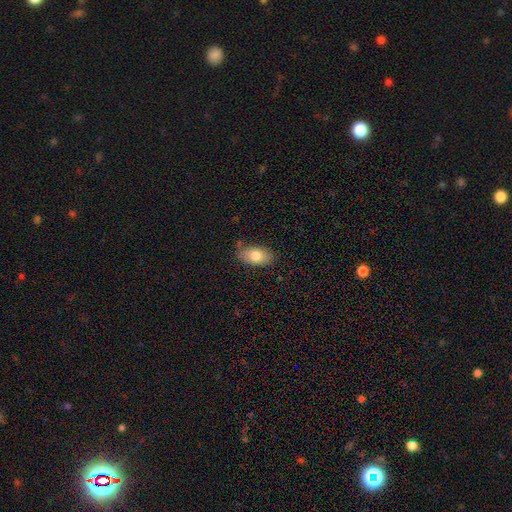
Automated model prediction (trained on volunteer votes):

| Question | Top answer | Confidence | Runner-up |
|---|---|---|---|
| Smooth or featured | smooth | 80% | featured or disk (13%) |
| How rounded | in between | 92% | round (5%) |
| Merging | none | 80% | minor disturbance (15%) |